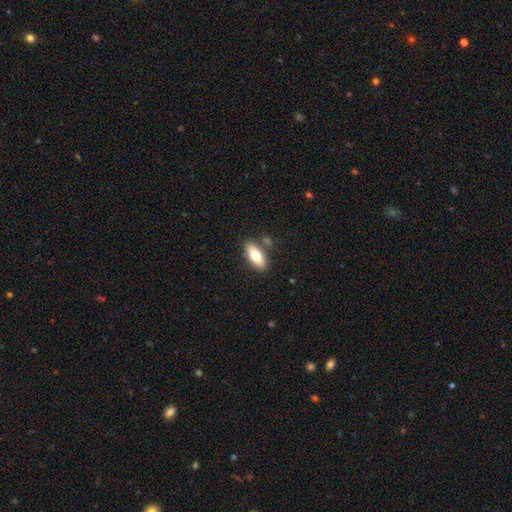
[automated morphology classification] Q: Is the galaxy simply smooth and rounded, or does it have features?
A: smooth — 70%.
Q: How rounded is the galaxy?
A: in between — 79%.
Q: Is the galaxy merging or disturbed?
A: none — 80%.